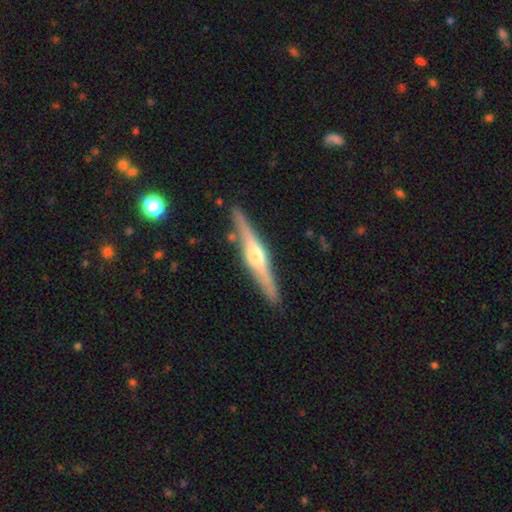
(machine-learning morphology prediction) Smooth or featured? featured or disk (74%)
Edge-on disk? yes (97%)
Edge-on bulge? rounded (90%)
Merging? none (87%)